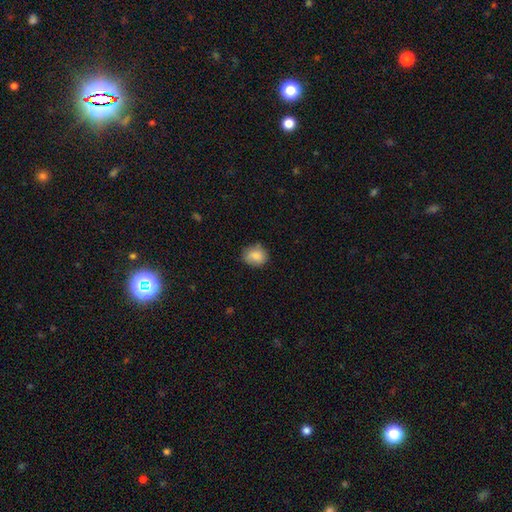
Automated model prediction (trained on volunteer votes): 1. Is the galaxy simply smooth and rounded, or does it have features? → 83% smooth, 9% featured or disk, 8% star or artifact.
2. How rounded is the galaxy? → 62% round, 37% in between, 1% cigar-shaped.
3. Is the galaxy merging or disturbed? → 72% none, 22% minor disturbance, 5% major disturbance, 1% merger.